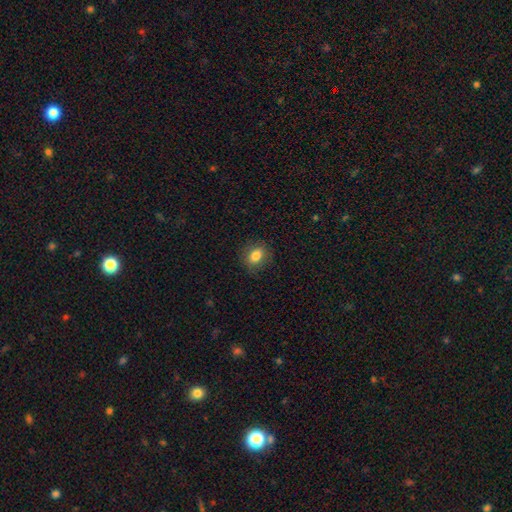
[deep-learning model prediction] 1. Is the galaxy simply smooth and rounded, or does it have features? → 82% smooth, 9% star or artifact, 8% featured or disk.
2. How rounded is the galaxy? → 50% in between, 49% round, 1% cigar-shaped.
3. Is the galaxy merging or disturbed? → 84% none, 12% minor disturbance, 3% major disturbance, 1% merger.